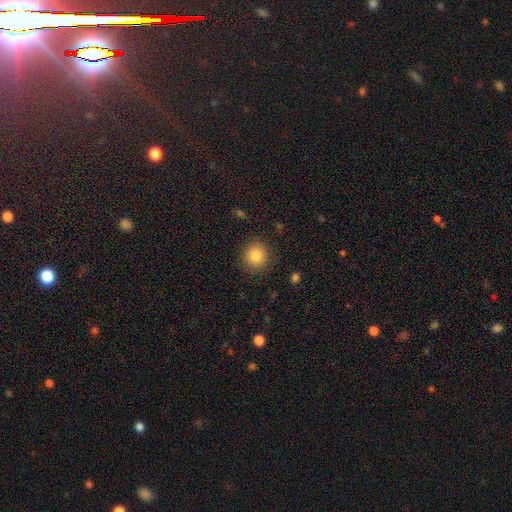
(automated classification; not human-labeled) This appears to be a smooth galaxy with no disk features (82%) that is round (90%). Merging: none (88%).